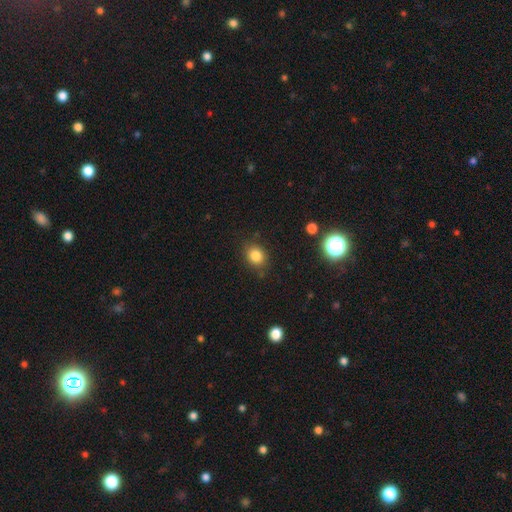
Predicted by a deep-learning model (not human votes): The model was most divided on "how rounded": round: 58%, in between: 41%, cigar-shaped: 1%. More confident: smooth or featured — smooth (83%); merging — none (82%).